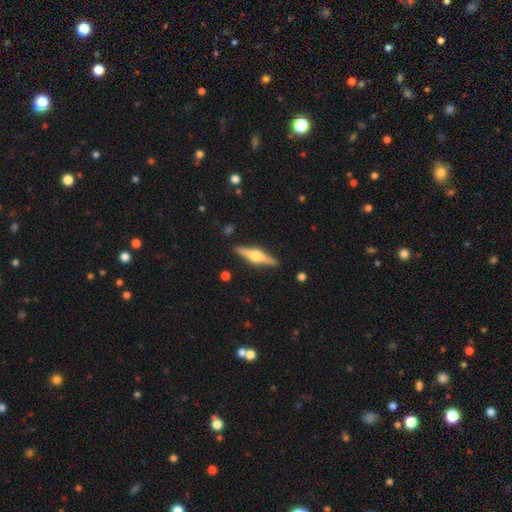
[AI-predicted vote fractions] A featured or disk galaxy (73%) viewed edge-on (98%) with a rounded central bulge (94%). Merging: none (90%).